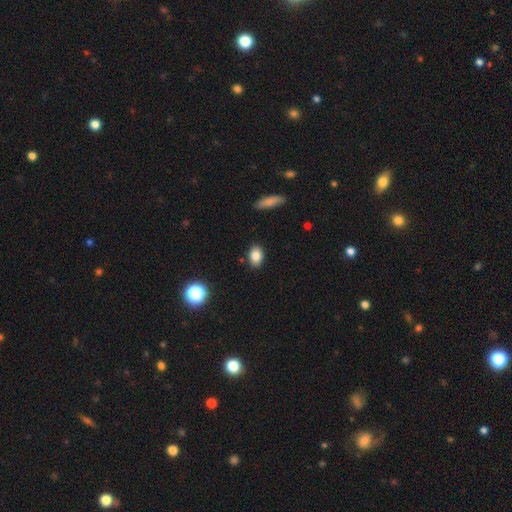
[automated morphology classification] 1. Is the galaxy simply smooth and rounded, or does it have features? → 84% smooth, 10% star or artifact, 6% featured or disk.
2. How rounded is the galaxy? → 77% in between, 21% round, 2% cigar-shaped.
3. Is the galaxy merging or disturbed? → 87% none, 9% minor disturbance, 2% major disturbance, 2% merger.